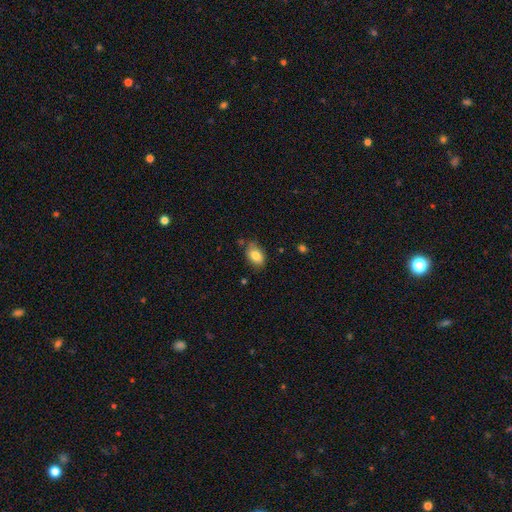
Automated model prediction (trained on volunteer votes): smooth-or-featured: smooth: 82% | featured or disk: 10% | star or artifact: 8%
  how-rounded: in between: 87% | round: 12% | cigar-shaped: 1%
  merging: none: 73% | minor disturbance: 20% | major disturbance: 3% | merger: 3%